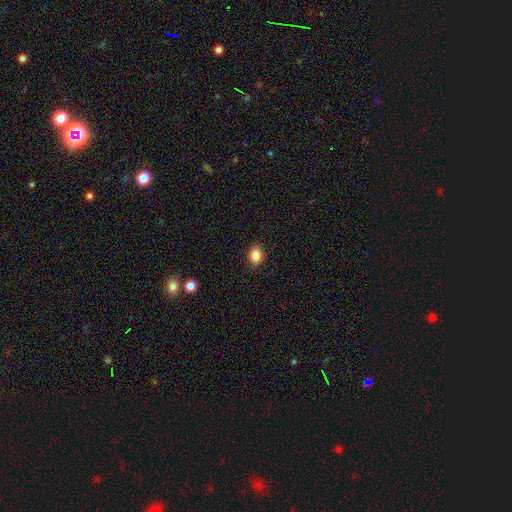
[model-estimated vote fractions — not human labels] Smooth or featured? Predicted: smooth (p=0.86). How rounded? Predicted: in between (p=0.59). Merging? Predicted: none (p=0.90).